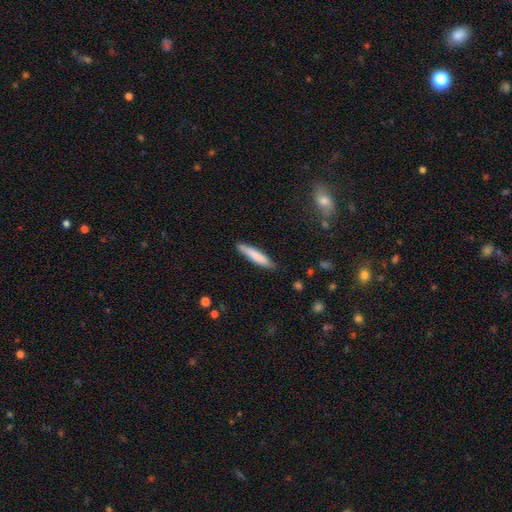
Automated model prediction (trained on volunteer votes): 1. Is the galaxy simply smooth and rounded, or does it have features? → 80% smooth, 14% featured or disk, 5% star or artifact.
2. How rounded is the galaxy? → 88% cigar-shaped, 11% in between, 1% round.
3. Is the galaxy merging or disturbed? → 85% none, 11% minor disturbance, 2% major disturbance, 1% merger.